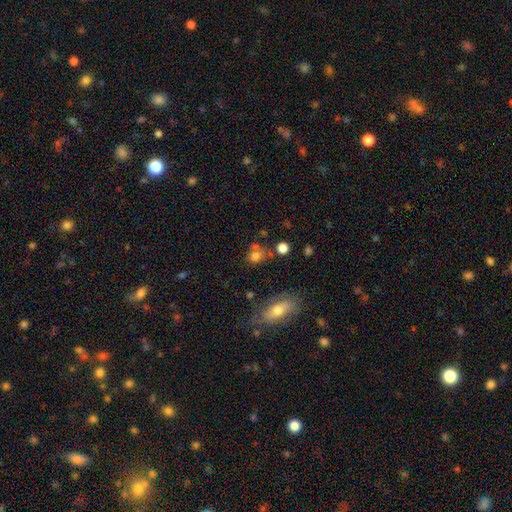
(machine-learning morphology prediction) Smooth or featured? Predicted: smooth (p=0.73). How rounded? Predicted: round (p=0.57). Merging? Predicted: none (p=0.55).